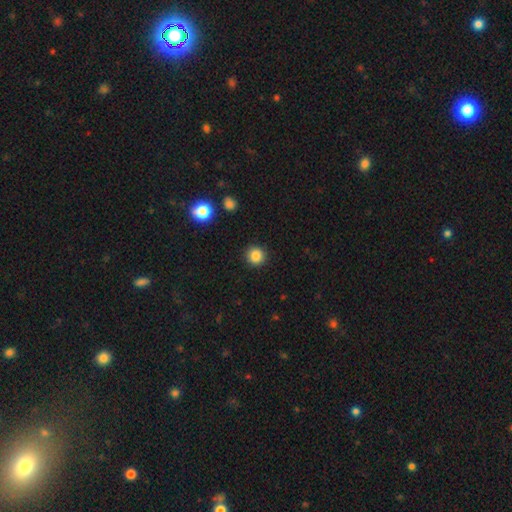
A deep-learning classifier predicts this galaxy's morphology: Smooth or featured: smooth — 86% (star or artifact — 11%)
How rounded: round — 92% (in between — 7%)
Merging: none — 91% (minor disturbance — 6%)